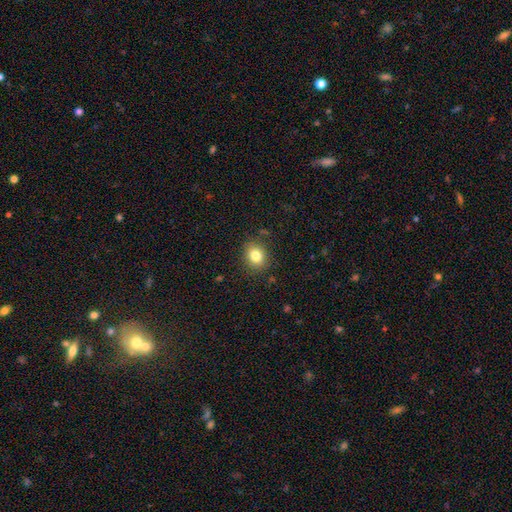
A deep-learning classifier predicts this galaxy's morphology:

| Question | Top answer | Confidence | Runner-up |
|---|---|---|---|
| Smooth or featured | smooth | 81% | star or artifact (11%) |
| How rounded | round | 57% | in between (42%) |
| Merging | none | 85% | minor disturbance (10%) |